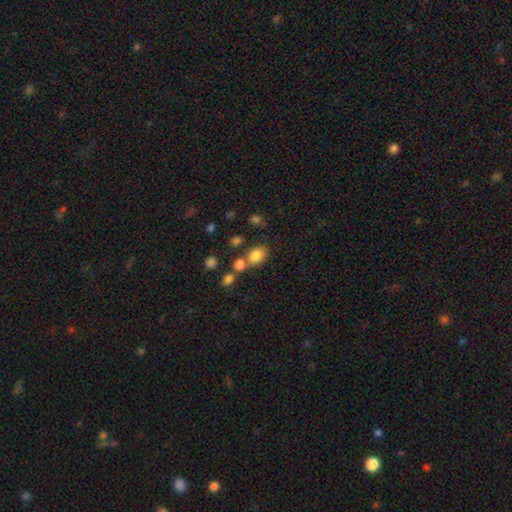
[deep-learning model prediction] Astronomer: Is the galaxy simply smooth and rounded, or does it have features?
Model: smooth — 81%.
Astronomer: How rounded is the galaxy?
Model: in between — 68%.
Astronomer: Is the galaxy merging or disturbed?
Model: none — 51% (runner-up: merger, 32%).